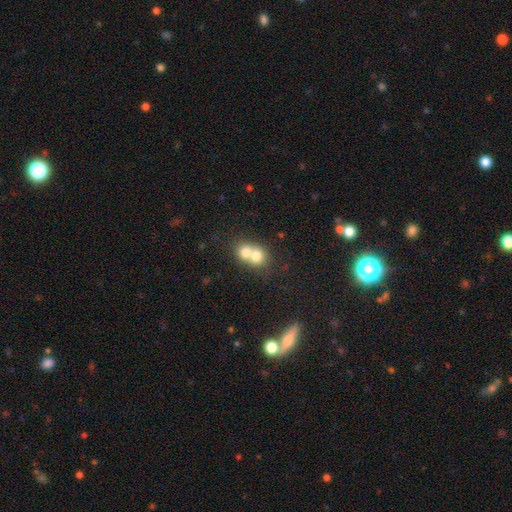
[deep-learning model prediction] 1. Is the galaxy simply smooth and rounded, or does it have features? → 72% smooth, 18% featured or disk, 10% star or artifact.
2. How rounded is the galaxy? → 72% round, 27% in between, 1% cigar-shaped.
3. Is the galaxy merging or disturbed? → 72% merger, 22% none, 4% minor disturbance, 2% major disturbance.